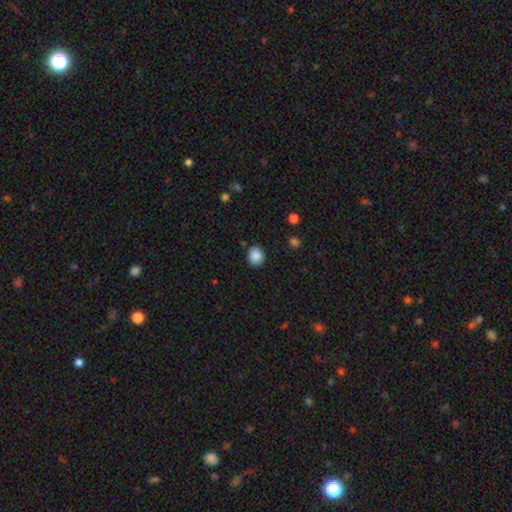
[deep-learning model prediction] Smooth or featured? smooth (87%)
How rounded? round (60%)
Merging? none (85%)